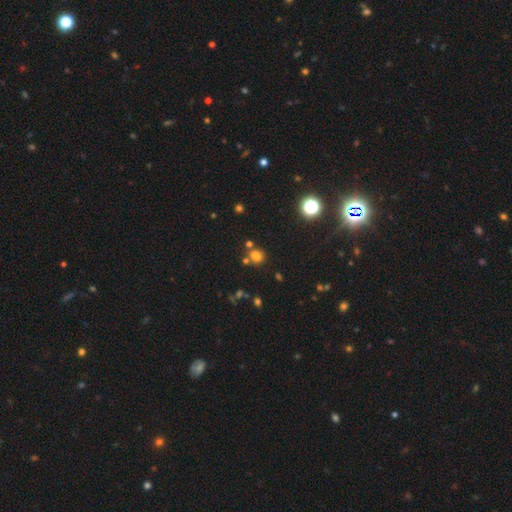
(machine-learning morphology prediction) Overall: smooth (68%). How rounded: round (67%; in between 32%). Merging: none (63%).